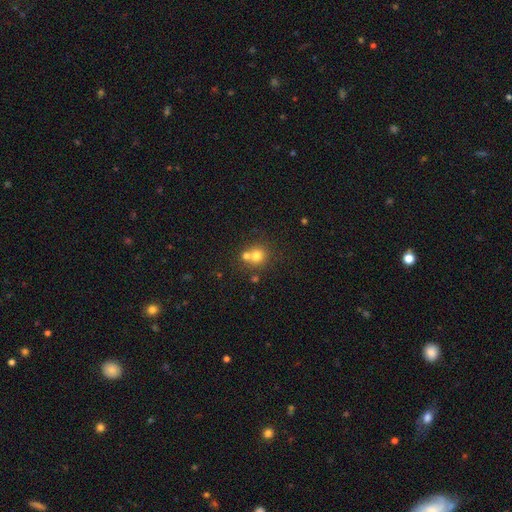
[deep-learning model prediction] This appears to be a smooth galaxy with no disk features (72%) that is round (87%). Merging: none (48%).